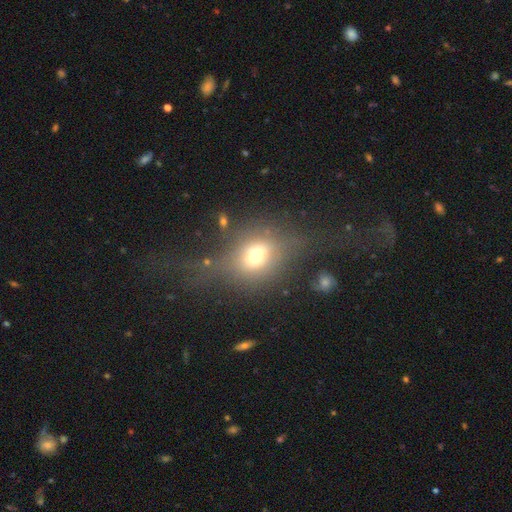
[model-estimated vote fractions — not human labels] Smooth or featured: smooth — 60% (featured or disk — 25%)
How rounded: in between — 54% (round — 42%)
Merging: none — 47% (major disturbance — 28%)